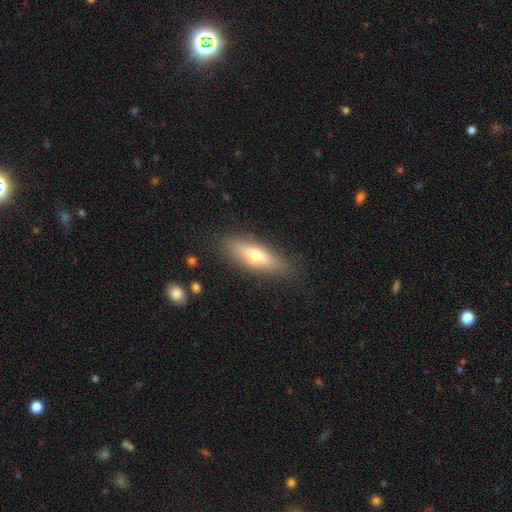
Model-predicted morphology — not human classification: Smooth or featured? smooth (62%)
How rounded? in between (53%)
Merging? none (84%)